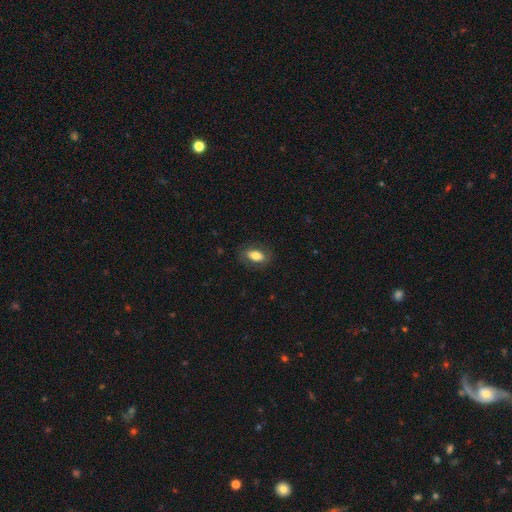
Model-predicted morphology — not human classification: Overall: smooth (75%). How rounded: in between (89%). Merging: none (80%).